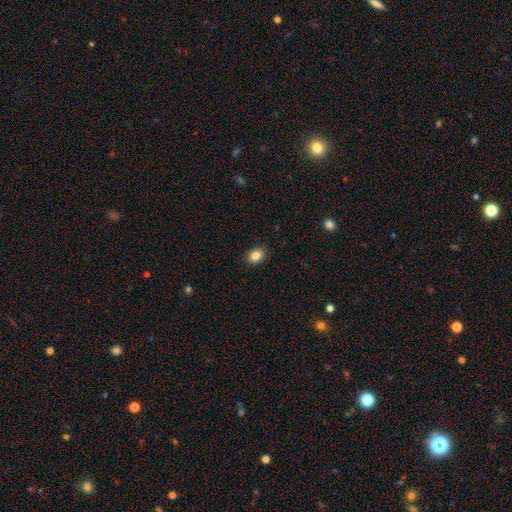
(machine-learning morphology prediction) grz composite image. It shows a smooth galaxy with no disk features (84%) that is in between round and cigar-shaped (59%). Merging: none (89%).